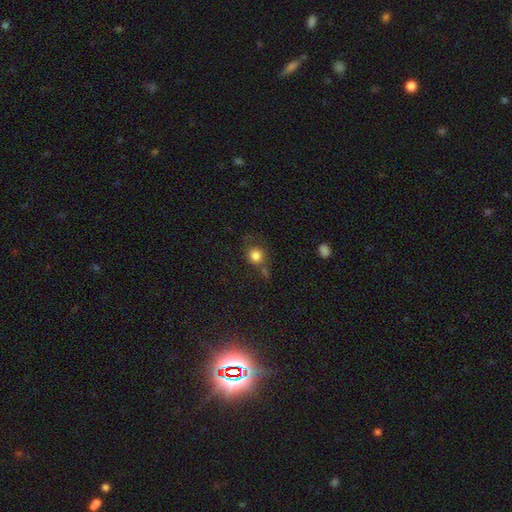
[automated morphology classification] Overall: smooth (81%). How rounded: round (87%). Merging: none (60%).